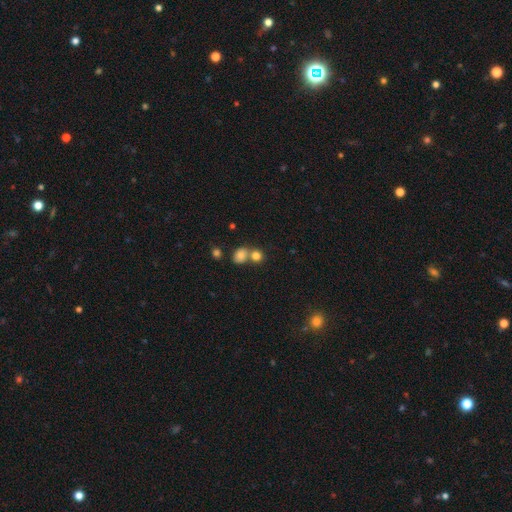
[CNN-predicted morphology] Q: Smooth or featured?
A: smooth (80%); runner-up: star or artifact (12%)
Q: How rounded?
A: round (77%); runner-up: in between (22%)
Q: Merging?
A: none (47%); runner-up: merger (42%)